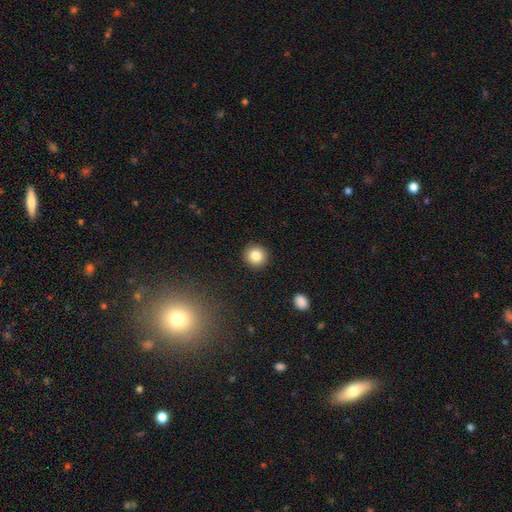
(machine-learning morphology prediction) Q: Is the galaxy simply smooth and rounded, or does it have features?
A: smooth — 84%.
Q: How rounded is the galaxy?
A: round — 91%.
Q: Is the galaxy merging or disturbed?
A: none — 92%.